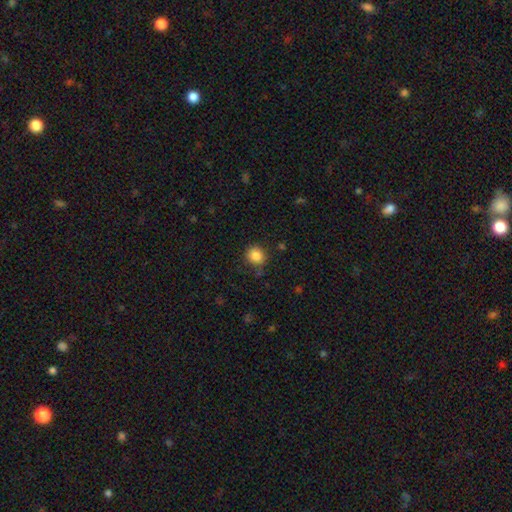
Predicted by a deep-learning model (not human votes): Morphology: type=smooth (85%); roundness=round (87%); merging=none (85%).